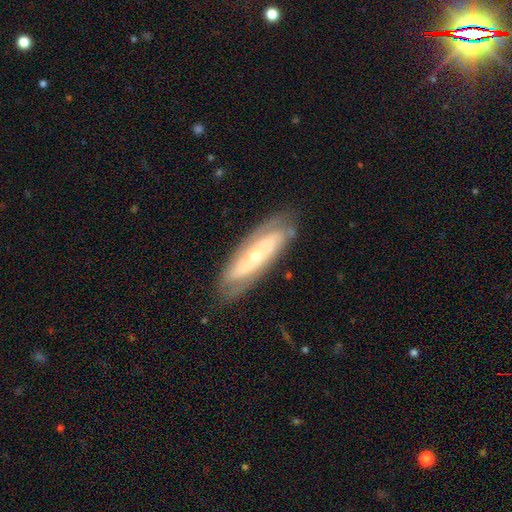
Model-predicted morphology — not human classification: This appears to be a featured or disk galaxy (74%) with no bar (61%), spiral arms (81%) and a small central bulge (67%). Merging: none (79%).